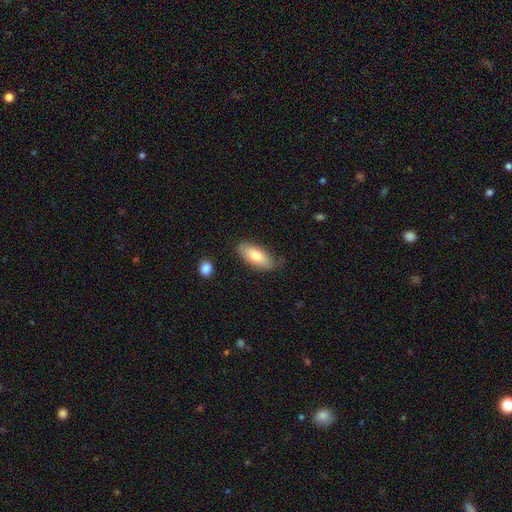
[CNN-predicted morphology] smooth 75%, featured or disk 19%, star or artifact 6%. Down the decision tree: how rounded — in between (85%); merging — none (80%).